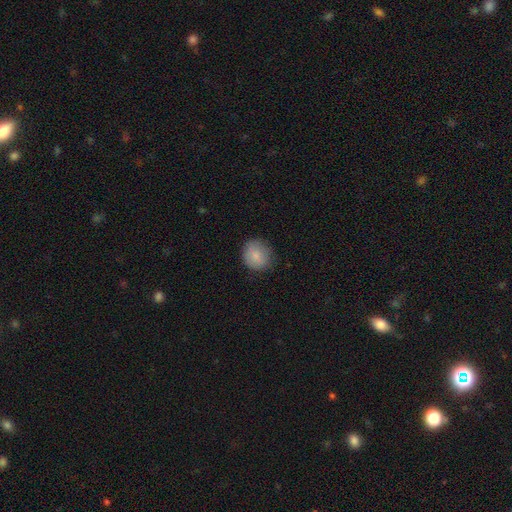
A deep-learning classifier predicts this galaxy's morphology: The model was most divided on "merging": none: 79%, minor disturbance: 16%, major disturbance: 4%, merger: 1%. More confident: how rounded — round (83%); smooth or featured — smooth (82%).